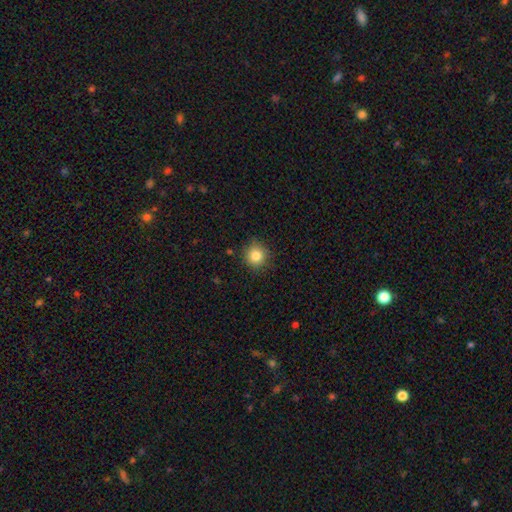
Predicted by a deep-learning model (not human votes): smooth-or-featured: smooth: 83% | star or artifact: 11% | featured or disk: 6%
  how-rounded: round: 91% | in between: 8% | cigar-shaped: 1%
  merging: none: 85% | minor disturbance: 11% | major disturbance: 2% | merger: 1%